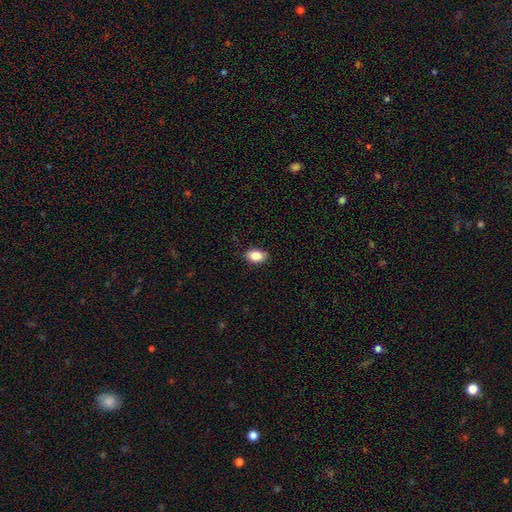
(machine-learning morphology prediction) Q: Smooth or featured?
A: smooth (86%); runner-up: star or artifact (8%)
Q: How rounded?
A: in between (89%); runner-up: round (10%)
Q: Merging?
A: none (85%); runner-up: minor disturbance (11%)